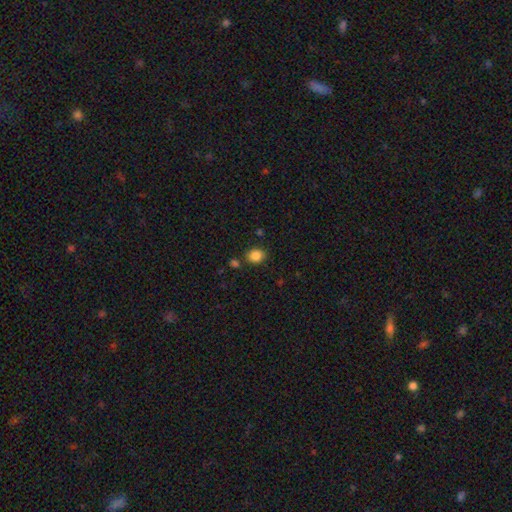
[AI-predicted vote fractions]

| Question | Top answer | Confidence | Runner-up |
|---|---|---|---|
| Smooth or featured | smooth | 86% | star or artifact (10%) |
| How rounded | round | 57% | in between (42%) |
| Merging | none | 81% | minor disturbance (10%) |